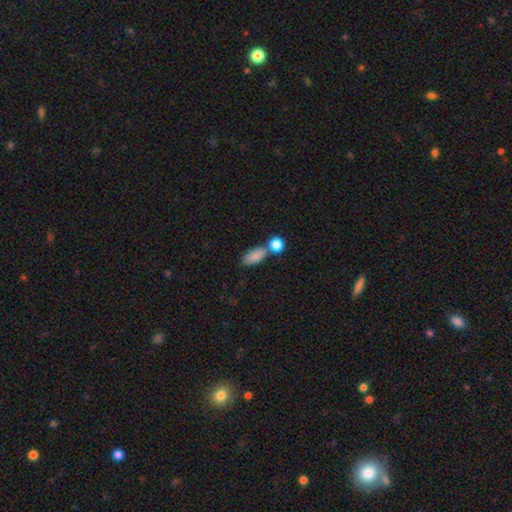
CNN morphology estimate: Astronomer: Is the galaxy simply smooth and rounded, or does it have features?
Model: smooth — 84%.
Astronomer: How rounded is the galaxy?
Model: in between — 81%.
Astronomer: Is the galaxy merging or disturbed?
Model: none — 56%.